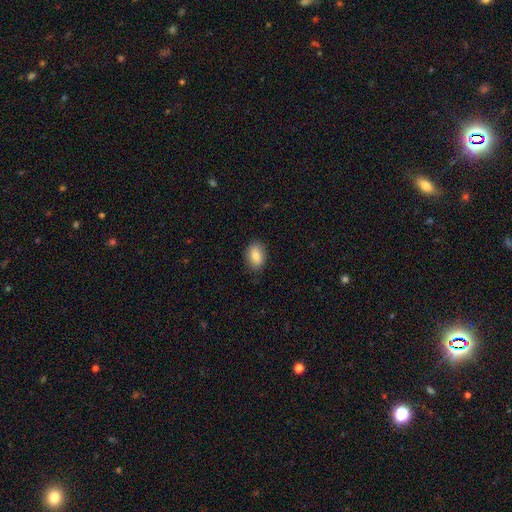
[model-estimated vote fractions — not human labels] smooth 84%, featured or disk 9%, star or artifact 8%. Down the decision tree: how rounded — in between (84%); merging — none (85%).